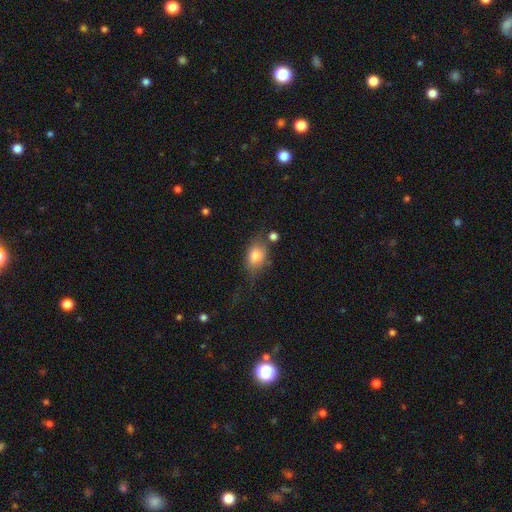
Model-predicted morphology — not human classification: Q: Smooth or featured?
A: smooth (74%); runner-up: featured or disk (17%)
Q: How rounded?
A: in between (74%); runner-up: round (23%)
Q: Merging?
A: none (48%); runner-up: minor disturbance (27%)